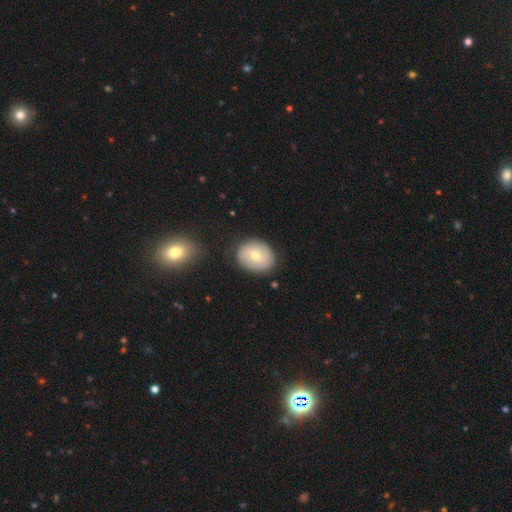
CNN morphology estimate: type=smooth (66%); roundness=round (53%); merging=none (82%).